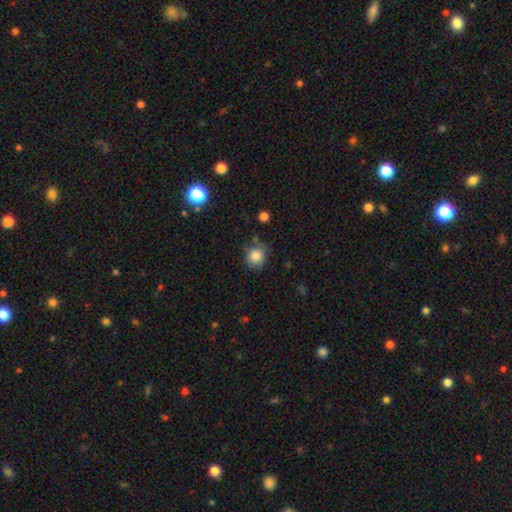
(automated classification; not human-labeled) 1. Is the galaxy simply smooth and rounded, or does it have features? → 85% smooth, 10% star or artifact, 6% featured or disk.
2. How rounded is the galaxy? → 86% round, 14% in between, 1% cigar-shaped.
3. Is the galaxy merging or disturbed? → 72% none, 19% minor disturbance, 5% major disturbance, 4% merger.